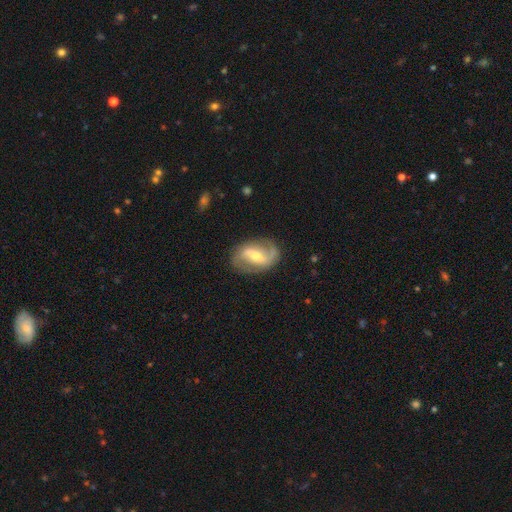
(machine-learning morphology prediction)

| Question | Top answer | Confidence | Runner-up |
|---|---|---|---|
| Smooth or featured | featured or disk | 82% | smooth (13%) |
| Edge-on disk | no | 96% | yes (4%) |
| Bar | strong | 41% | tied: weak (41%) |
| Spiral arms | yes | 90% | no (10%) |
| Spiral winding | loose | 55% | medium (33%) |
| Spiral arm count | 2 | 88% | can't tell (5%) |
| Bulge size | moderate | 55% | small (39%) |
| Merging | none | 79% | minor disturbance (14%) |